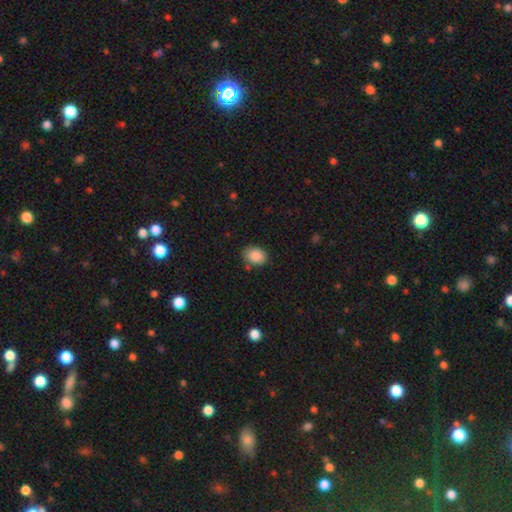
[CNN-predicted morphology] A smooth galaxy with no disk features (87%) that is in between round and cigar-shaped (66%). Merging: none (80%).